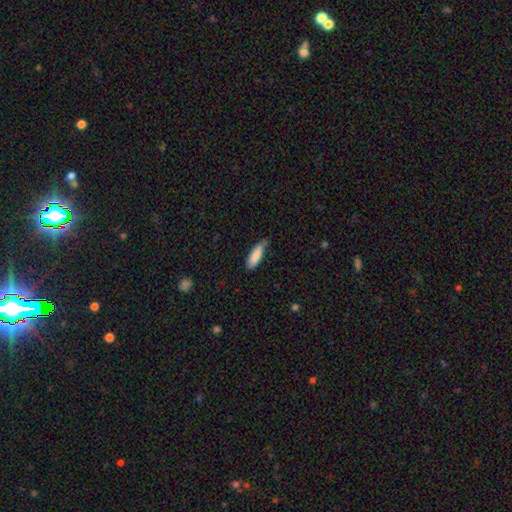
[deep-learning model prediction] A smooth galaxy with no disk features (85%) that is cigar-shaped (50%). Merging: none (62%).